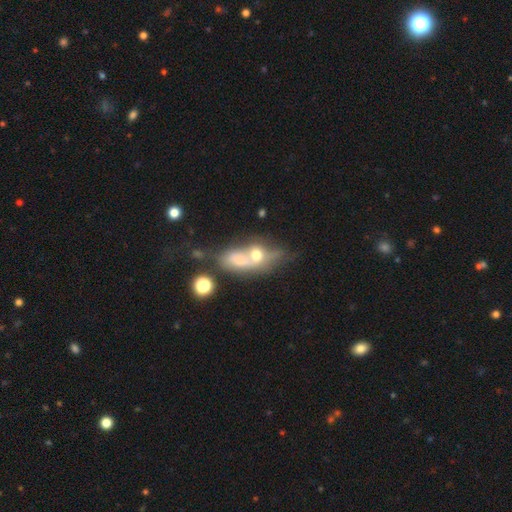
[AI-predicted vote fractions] Smooth or featured? smooth (45%)
Merging? merger (60%)